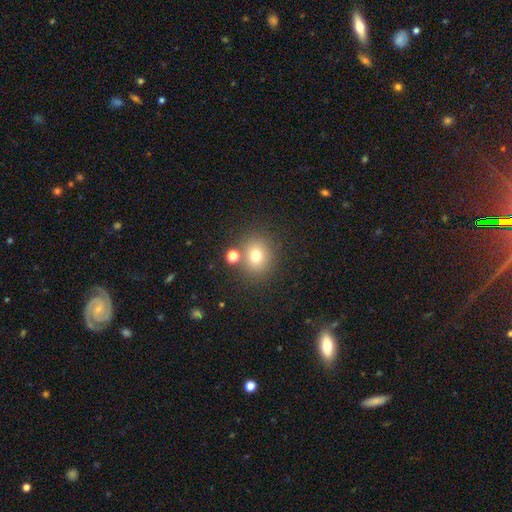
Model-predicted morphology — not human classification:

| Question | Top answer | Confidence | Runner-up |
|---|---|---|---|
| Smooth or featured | smooth | 74% | star or artifact (16%) |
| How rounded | round | 77% | in between (22%) |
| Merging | none | 74% | merger (12%) |